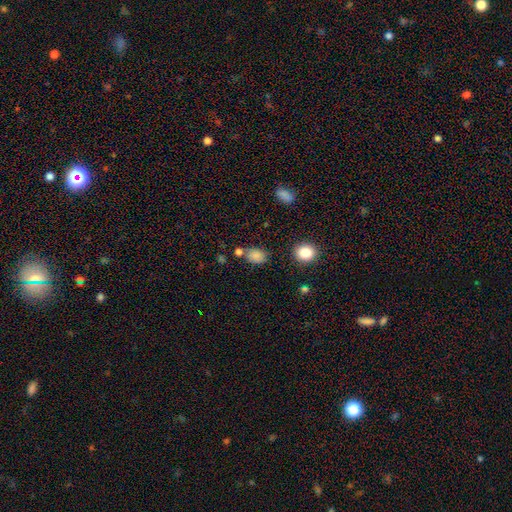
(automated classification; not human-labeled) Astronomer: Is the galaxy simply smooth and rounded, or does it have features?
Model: smooth — 82%.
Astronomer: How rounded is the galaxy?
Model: in between — 67%.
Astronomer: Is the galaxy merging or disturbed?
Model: none — 66%.